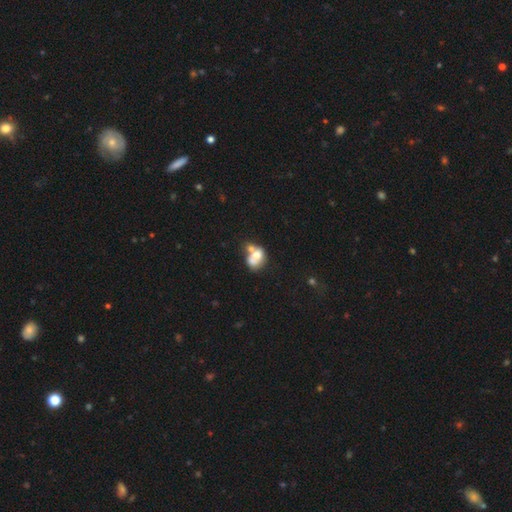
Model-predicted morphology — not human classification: Smooth or featured? Predicted: smooth (p=0.61). How rounded? Predicted: in between (p=0.58). Merging? Predicted: merger (p=0.60).